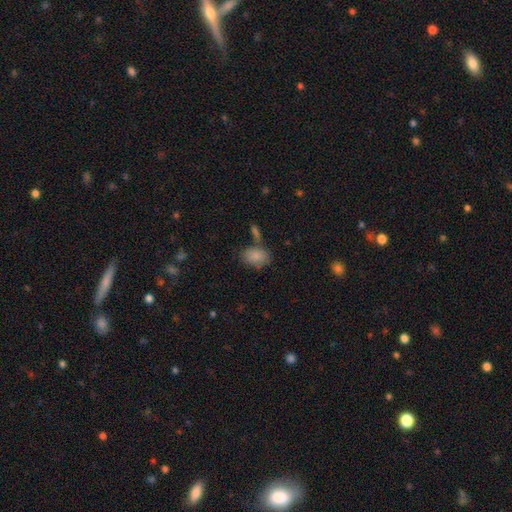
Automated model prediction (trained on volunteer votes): This appears to be a smooth galaxy with no disk features (85%) that is in between round and cigar-shaped (79%). Merging: none (63%).